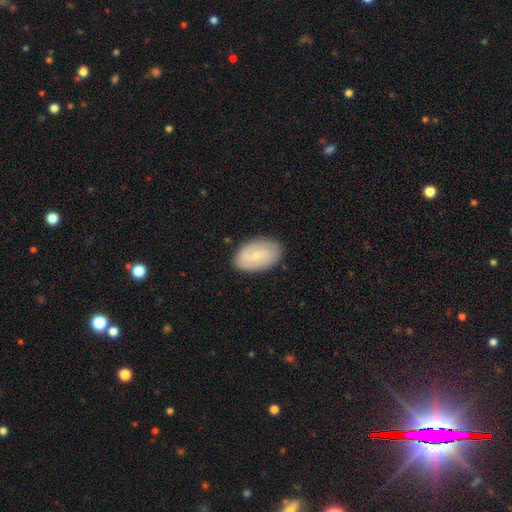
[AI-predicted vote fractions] This appears to be a smooth galaxy with no disk features (55%) that is in between round and cigar-shaped (92%). Merging: none (84%).